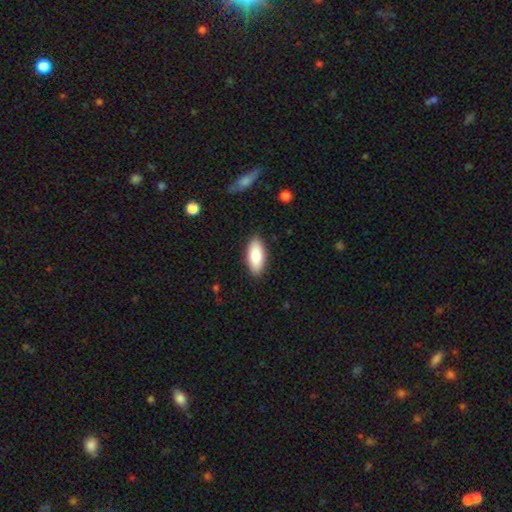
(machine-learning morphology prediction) This appears to be a smooth galaxy with no disk features (88%) that is in between round and cigar-shaped (86%). Merging: none (88%).